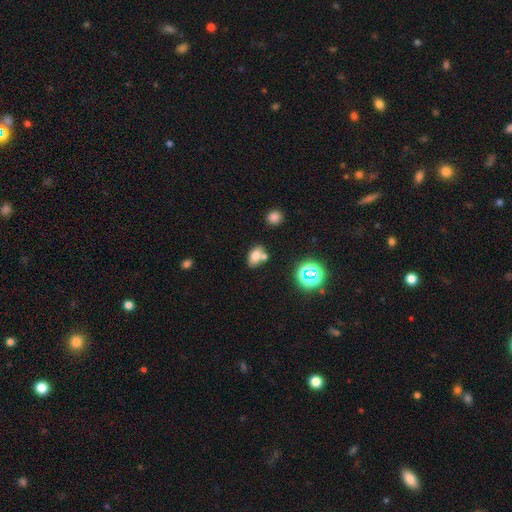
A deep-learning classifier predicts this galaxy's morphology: Smooth or featured: smooth — 70% (star or artifact — 16%)
How rounded: in between — 82% (round — 15%)
Merging: none — 57% (merger — 26%)